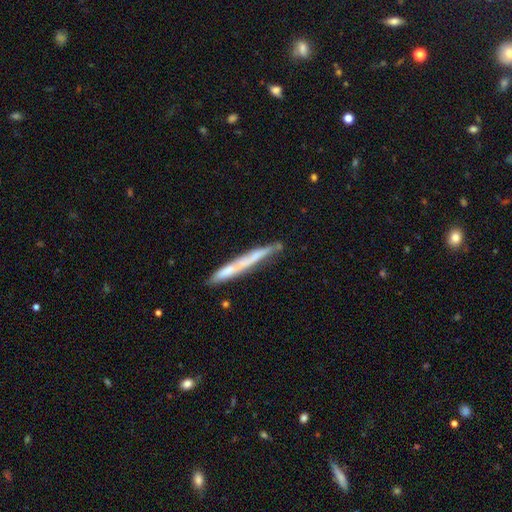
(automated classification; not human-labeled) A smooth galaxy with no disk features (50%). Merging: none (68%).